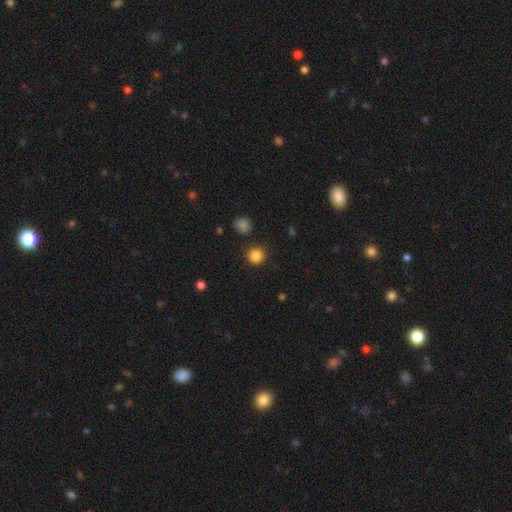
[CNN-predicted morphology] smooth_or_featured: smooth (p=0.86) [alt: star or artifact p=0.11]
how_rounded: round (p=0.94) [alt: in between p=0.05]
merging: none (p=0.89) [alt: minor disturbance p=0.06]